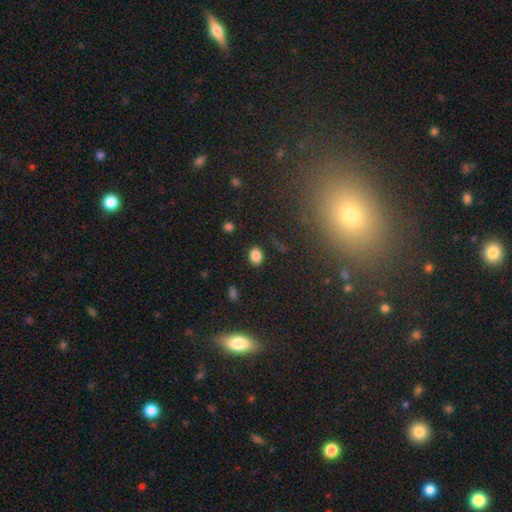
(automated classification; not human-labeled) The model was most divided on "how rounded": in between: 60%, round: 39%, cigar-shaped: 1%. More confident: merging — none (86%); smooth or featured — smooth (84%).